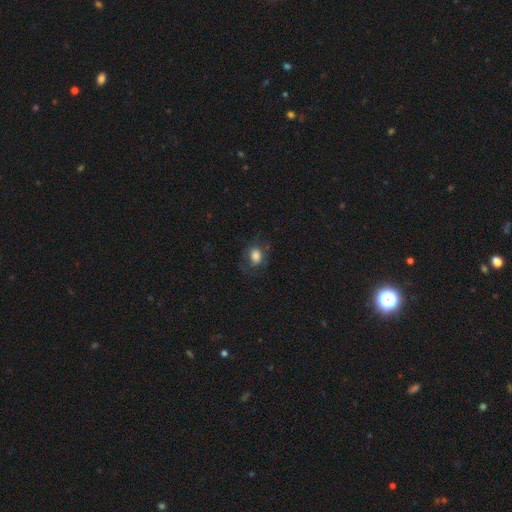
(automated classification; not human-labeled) Morphology: type=smooth (76%); roundness=in between (65%); merging=none (68%).